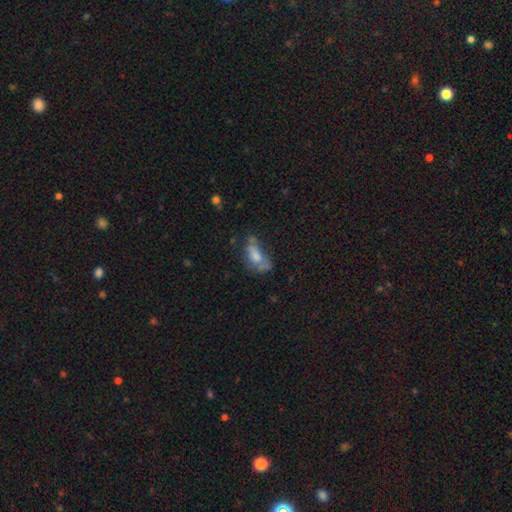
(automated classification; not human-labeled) Overall: smooth (52%; featured or disk 35%). How rounded: in between (81%). Merging: none (32%; major disturbance 30%).